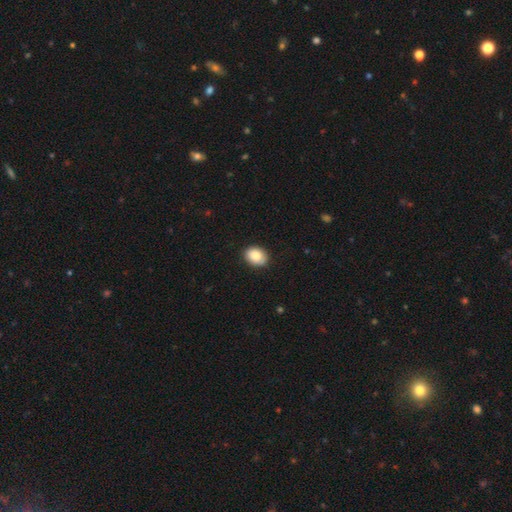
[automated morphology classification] A smooth galaxy with no disk features (85%) that is in between round and cigar-shaped (63%).

Vote fractions:
- Smooth or featured? smooth: 85% / star or artifact: 8% / featured or disk: 7%
- How rounded? in between: 63% / round: 36% / cigar-shaped: 1%
- Merging? none: 88% / minor disturbance: 10% / major disturbance: 2% / merger: 1%